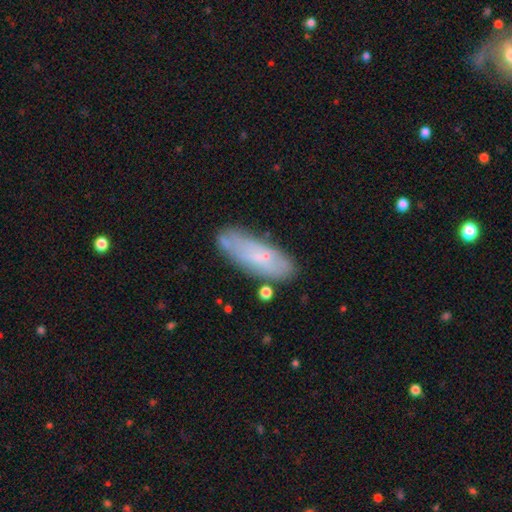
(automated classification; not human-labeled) A smooth galaxy with no disk features (57%) that is in between round and cigar-shaped (56%). Merging: none (72%).